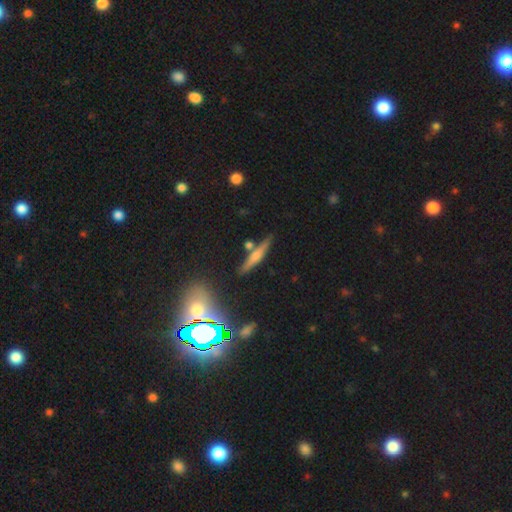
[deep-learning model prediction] This is possibly a featured or disk galaxy (46%). Merging: likely none (77%).